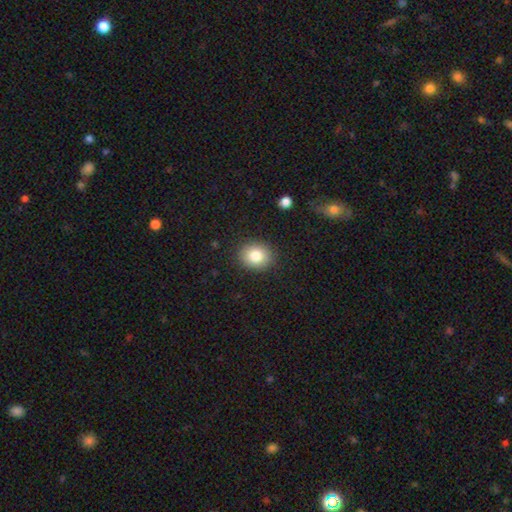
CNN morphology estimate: A smooth galaxy with no disk features (82%) that is round (64%).

Vote fractions:
- Smooth or featured? smooth: 82% / star or artifact: 9% / featured or disk: 8%
- How rounded? round: 64% / in between: 35% / cigar-shaped: 1%
- Merging? none: 89% / minor disturbance: 8% / major disturbance: 2% / merger: 1%